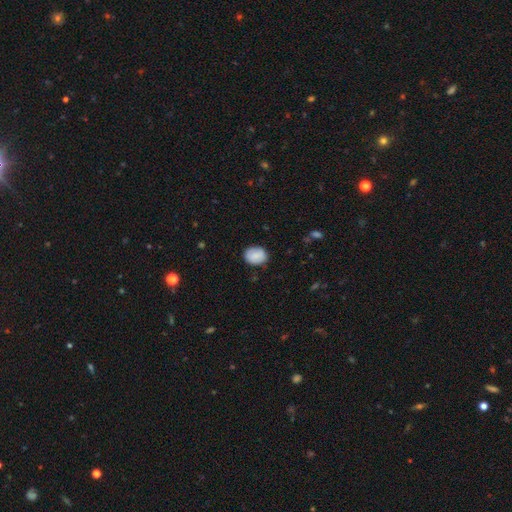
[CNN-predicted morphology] This is clearly a smooth galaxy (86%). How rounded: possibly in between (56%). Merging: clearly none (82%).